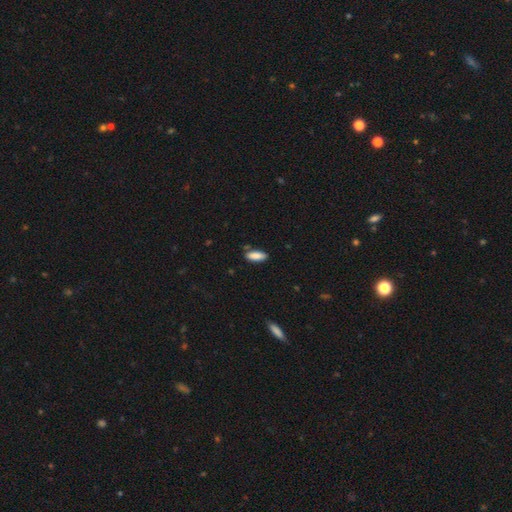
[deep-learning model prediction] A smooth galaxy with no disk features (88%) that is in between round and cigar-shaped (68%). Merging: none (80%).